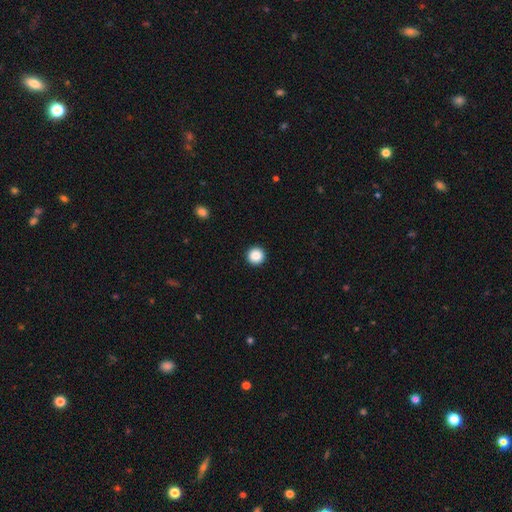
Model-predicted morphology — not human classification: smooth_or_featured: smooth (p=0.88) [alt: star or artifact p=0.09]
how_rounded: round (p=0.96) [alt: in between p=0.03]
merging: none (p=0.94) [alt: minor disturbance p=0.04]